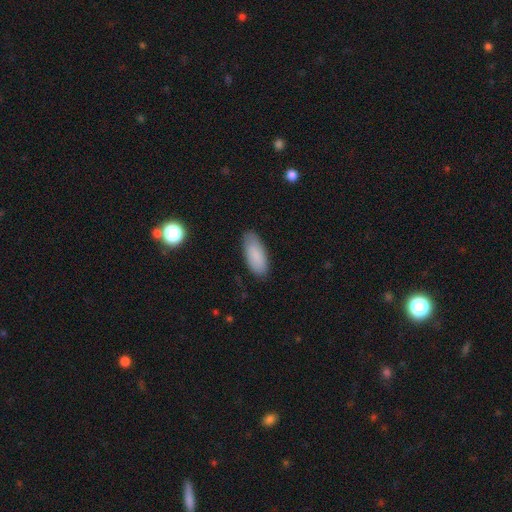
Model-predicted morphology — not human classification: A smooth galaxy with no disk features (84%) that is in between round and cigar-shaped (85%). Merging: none (82%).